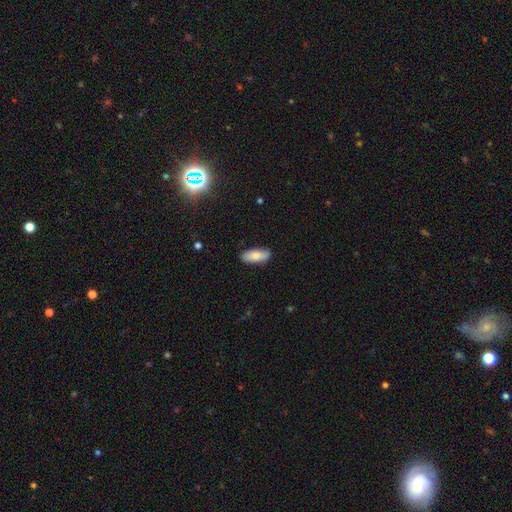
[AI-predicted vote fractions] Q: Smooth or featured?
A: smooth (82%); runner-up: featured or disk (12%)
Q: How rounded?
A: in between (78%); runner-up: cigar-shaped (20%)
Q: Merging?
A: none (87%); runner-up: minor disturbance (10%)